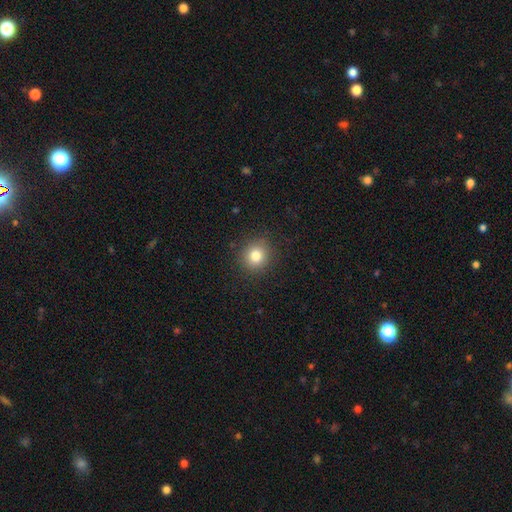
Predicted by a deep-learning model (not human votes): Smooth or featured? smooth (80%)
How rounded? round (88%)
Merging? none (89%)